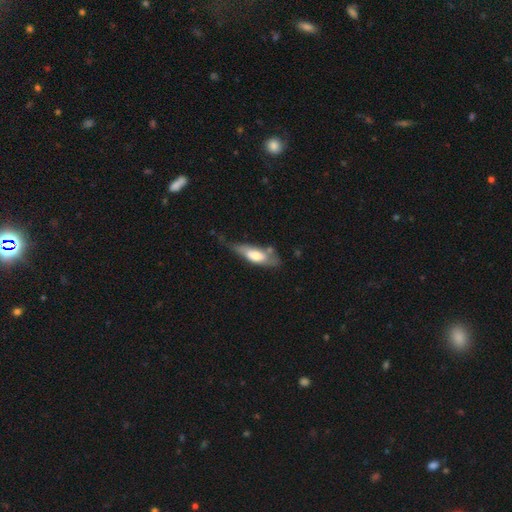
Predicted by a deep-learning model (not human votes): This is possibly a smooth galaxy (54%). How rounded: likely in between (63%). Merging: marginally none (37%).